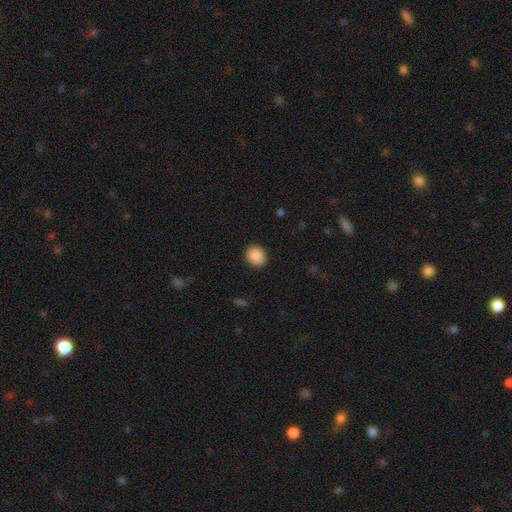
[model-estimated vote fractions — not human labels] smooth 89%, star or artifact 8%, featured or disk 3%. Down the decision tree: how rounded — round (69%); merging — none (88%).